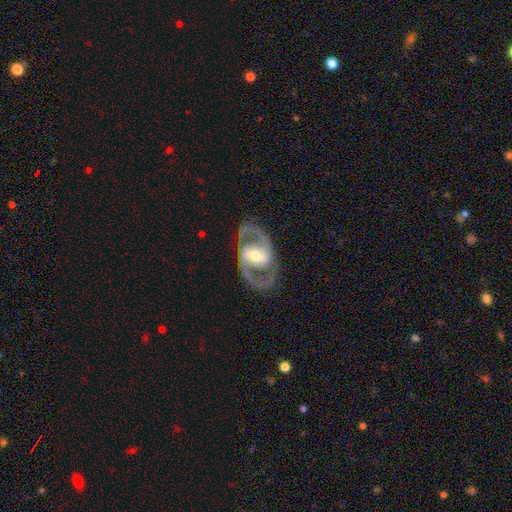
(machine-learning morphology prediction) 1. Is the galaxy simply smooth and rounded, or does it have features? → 89% featured or disk, 7% smooth, 4% star or artifact.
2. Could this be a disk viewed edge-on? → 96% no, 4% yes.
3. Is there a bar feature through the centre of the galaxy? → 42% strong, 40% weak, 18% no.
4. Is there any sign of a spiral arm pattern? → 93% yes, 7% no.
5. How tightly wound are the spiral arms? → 61% medium, 21% tight, 18% loose.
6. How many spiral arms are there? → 92% 2, 3% can't tell, 1% 1, 1% 3, 1% 4, 1% more than 4.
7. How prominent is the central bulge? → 65% moderate, 24% small, 9% large, 1% none, 1% dominant.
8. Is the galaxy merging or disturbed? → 82% none, 11% minor disturbance, 6% major disturbance, 1% merger.